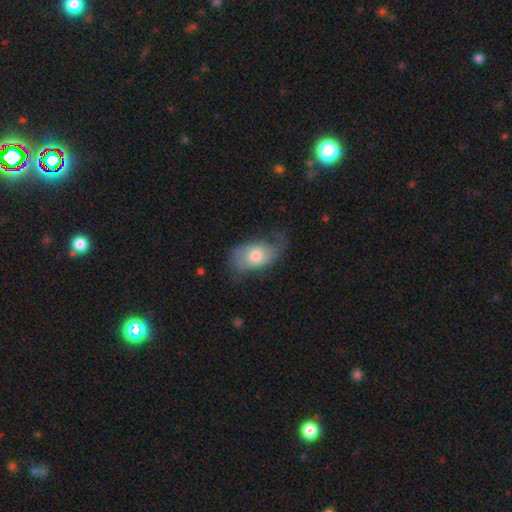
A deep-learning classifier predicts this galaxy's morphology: Smooth or featured?
  - smooth: 50% *
  - featured or disk: 43%
  - star or artifact: 7%
Merging?
  - none: 49% *
  - minor disturbance: 30%
  - major disturbance: 19%
  - merger: 2%